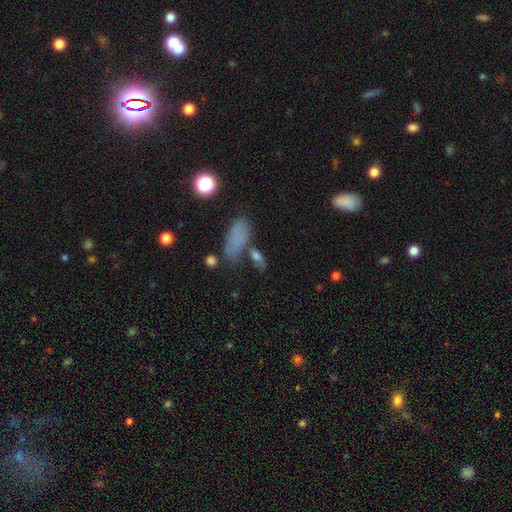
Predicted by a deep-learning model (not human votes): A smooth galaxy with no disk features (69%) that is in between round and cigar-shaped (69%).

Vote fractions:
- Smooth or featured? smooth: 69% / star or artifact: 16% / featured or disk: 15%
- How rounded? in between: 69% / cigar-shaped: 21% / round: 10%
- Merging? none: 55% / minor disturbance: 19% / merger: 16% / major disturbance: 9%